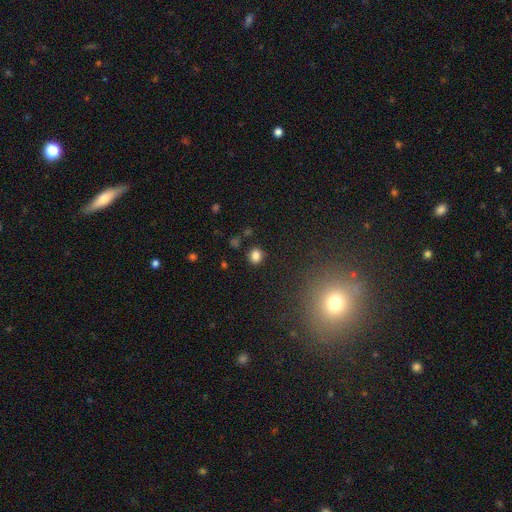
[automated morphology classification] Smooth or featured? smooth (83%)
How rounded? round (72%)
Merging? none (88%)